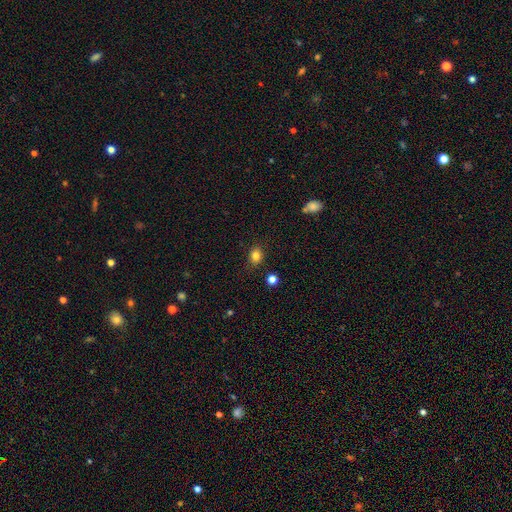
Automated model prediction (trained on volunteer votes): Smooth or featured?
  - smooth: 82% *
  - star or artifact: 12%
  - featured or disk: 6%
How rounded?
  - round: 51% *
  - in between: 48%
  - cigar-shaped: 1%
Merging?
  - none: 85% *
  - minor disturbance: 10%
  - major disturbance: 3%
  - merger: 2%